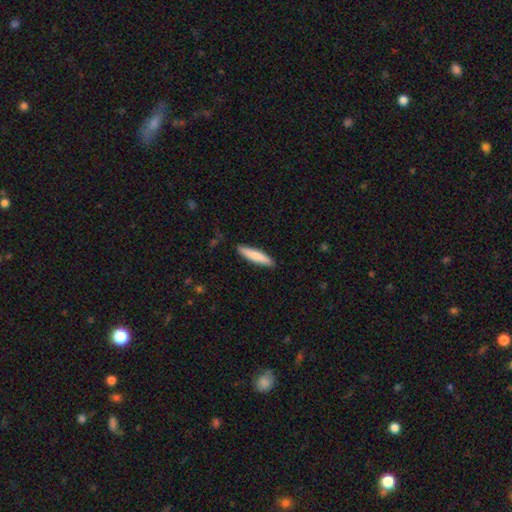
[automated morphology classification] The model was most divided on "how rounded": cigar-shaped: 83%, in between: 15%, round: 1%. More confident: merging — none (88%); smooth or featured — smooth (82%).